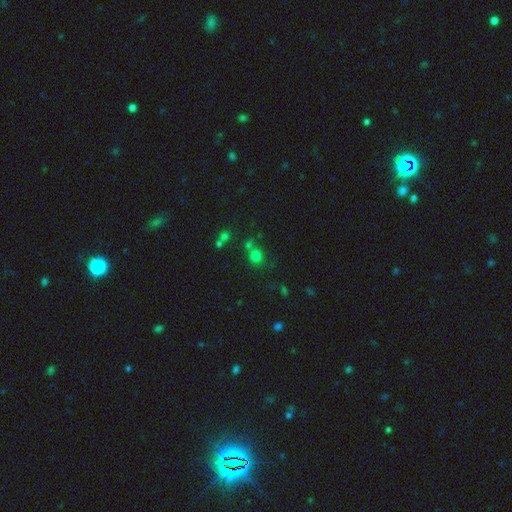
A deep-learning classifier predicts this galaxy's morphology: A smooth galaxy with no disk features (70%) that is round (84%). Merging: none (60%).